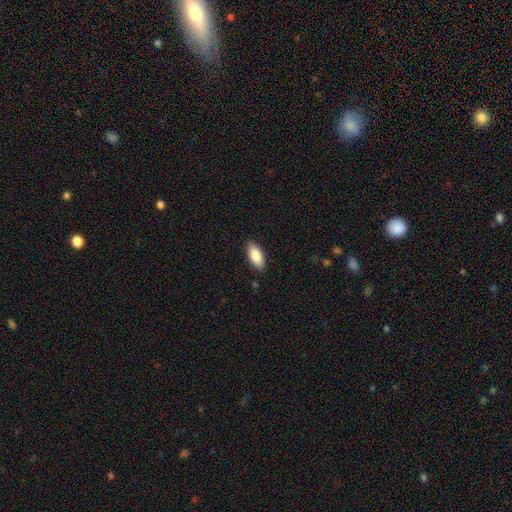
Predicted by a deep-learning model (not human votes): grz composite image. It shows a smooth galaxy with no disk features (87%) that is in between round and cigar-shaped (88%). Merging: none (87%).